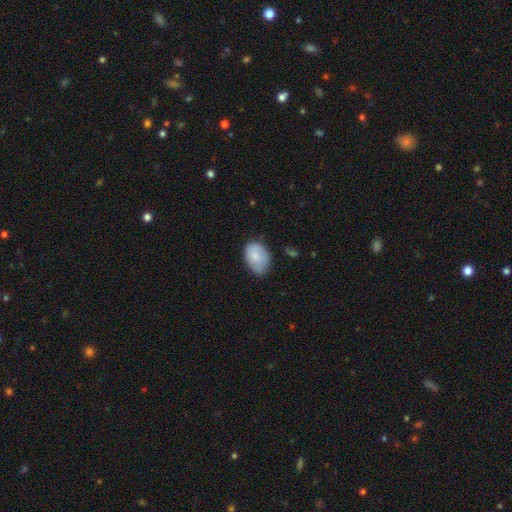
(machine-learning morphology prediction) This appears to be a smooth galaxy with no disk features (82%) that is in between round and cigar-shaped (83%). Merging: none (56%).